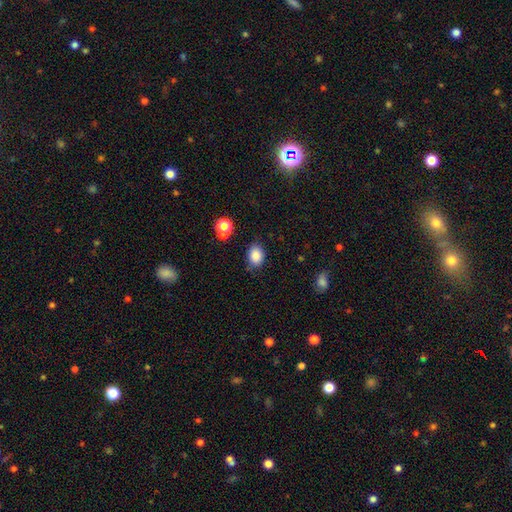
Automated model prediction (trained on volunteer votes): Overall: smooth (85%). How rounded: in between (68%; round 31%). Merging: none (76%).